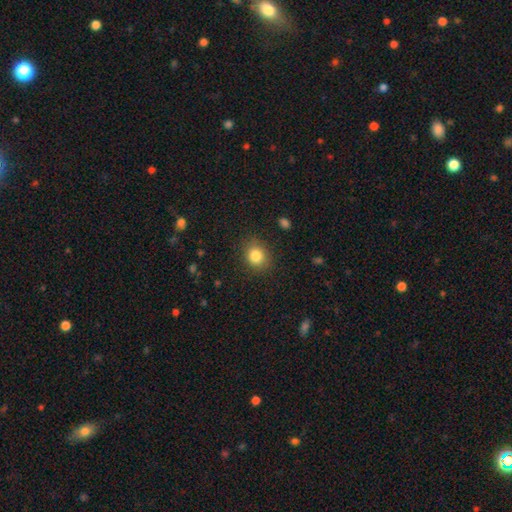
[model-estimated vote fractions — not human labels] A smooth galaxy with no disk features (83%) that is round (70%). Merging: none (85%).